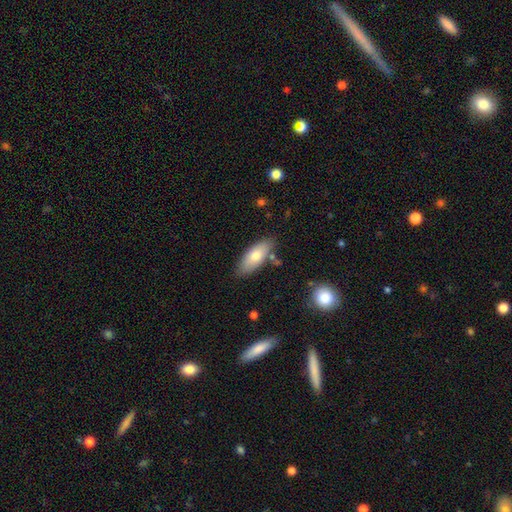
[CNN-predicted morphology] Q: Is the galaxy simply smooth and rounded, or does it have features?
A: smooth — 71%.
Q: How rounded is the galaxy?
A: in between — 77%.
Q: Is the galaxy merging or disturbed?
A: none — 80%.